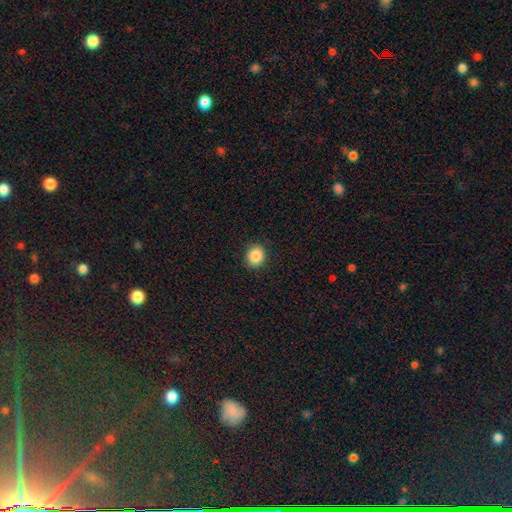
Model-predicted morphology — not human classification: Smooth or featured? Predicted: smooth (p=0.87). How rounded? Predicted: round (p=0.65). Merging? Predicted: none (p=0.90).